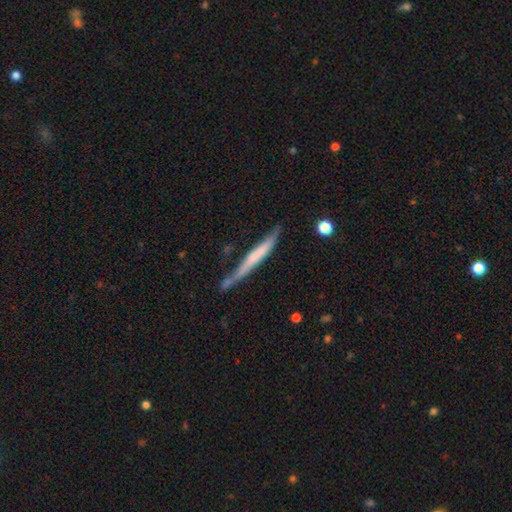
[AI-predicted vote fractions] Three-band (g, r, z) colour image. It shows a featured or disk galaxy (48%). Merging: none (62%).